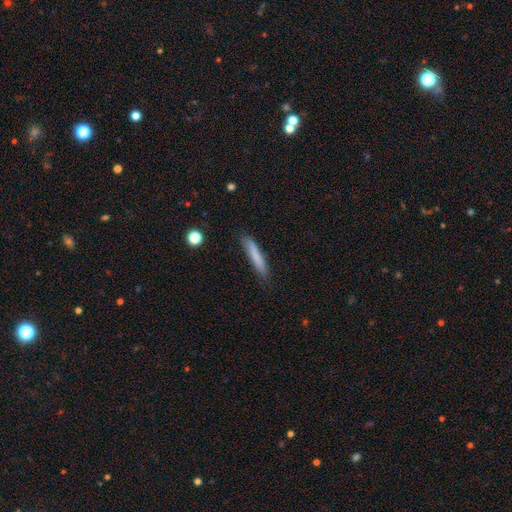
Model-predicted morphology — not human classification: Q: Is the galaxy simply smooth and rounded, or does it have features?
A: smooth — 77%.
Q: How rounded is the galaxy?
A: cigar-shaped — 93%.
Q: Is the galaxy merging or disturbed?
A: none — 86%.